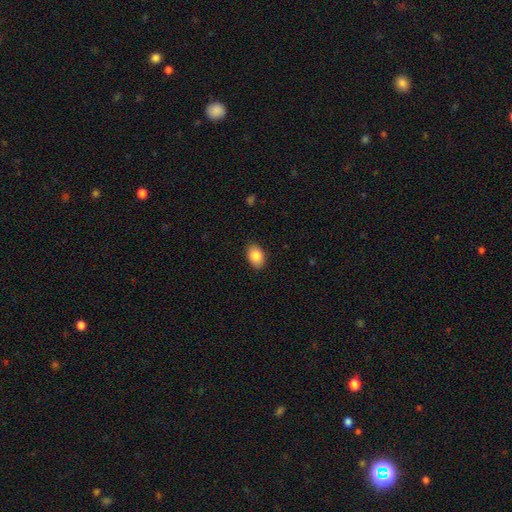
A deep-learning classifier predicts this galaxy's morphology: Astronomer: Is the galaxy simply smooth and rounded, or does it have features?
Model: smooth — 86%.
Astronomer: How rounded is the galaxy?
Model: in between — 87%.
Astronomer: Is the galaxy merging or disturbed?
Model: none — 87%.